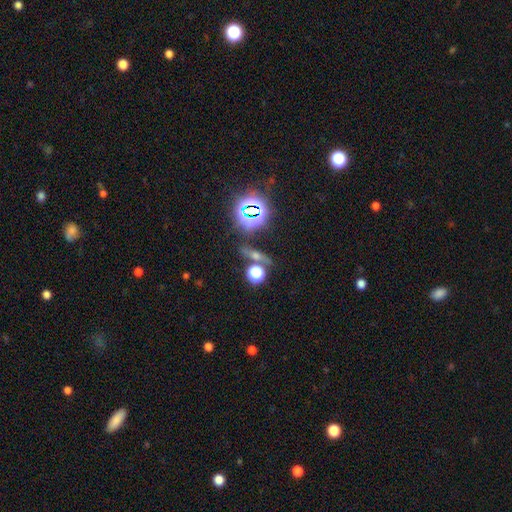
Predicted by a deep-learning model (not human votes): Smooth or featured: star or artifact — 39% (smooth — 37%)